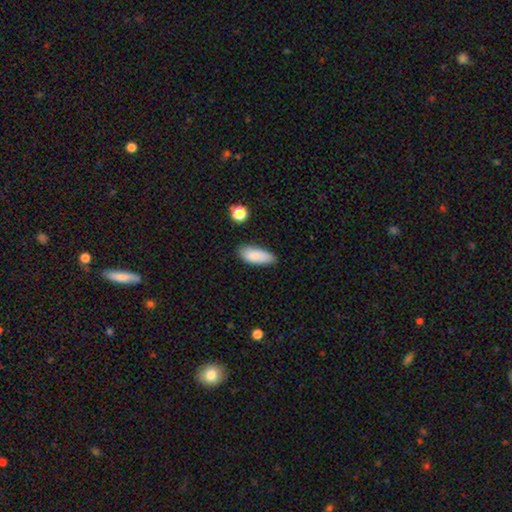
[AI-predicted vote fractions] Morphology: type=smooth (86%); roundness=in between (81%); merging=none (75%).